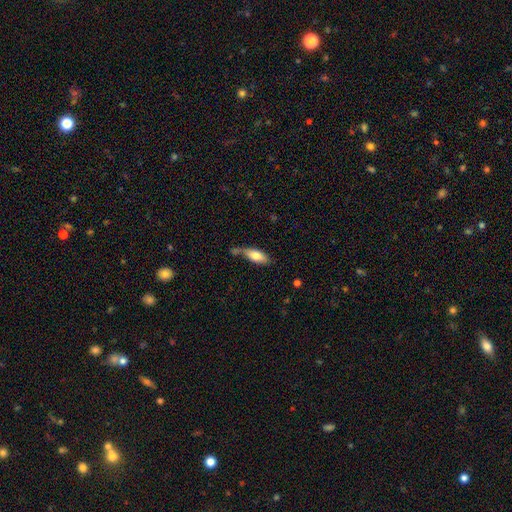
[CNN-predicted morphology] A smooth galaxy with no disk features (72%) that is in between round and cigar-shaped (73%).

Vote fractions:
- Smooth or featured? smooth: 72% / featured or disk: 21% / star or artifact: 6%
- How rounded? in between: 73% / cigar-shaped: 24% / round: 3%
- Merging? none: 49% / minor disturbance: 24% / merger: 19% / major disturbance: 8%